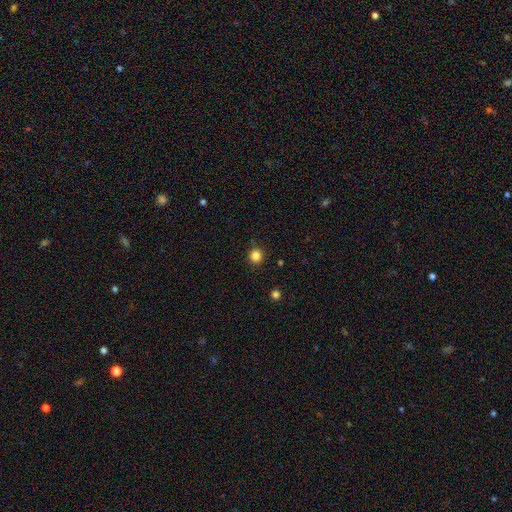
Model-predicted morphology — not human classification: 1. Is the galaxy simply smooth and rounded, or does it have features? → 84% smooth, 12% star or artifact, 4% featured or disk.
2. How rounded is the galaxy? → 93% round, 6% in between, 1% cigar-shaped.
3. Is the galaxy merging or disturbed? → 89% none, 8% minor disturbance, 2% major disturbance, 2% merger.